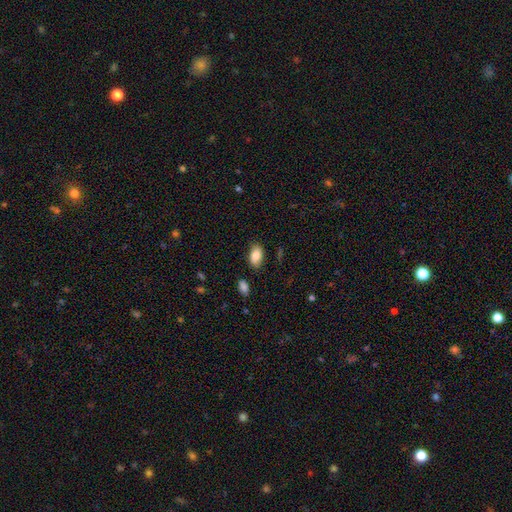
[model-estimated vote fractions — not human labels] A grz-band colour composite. It shows a smooth galaxy with no disk features (86%) that is in between round and cigar-shaped (92%). Merging: none (82%).